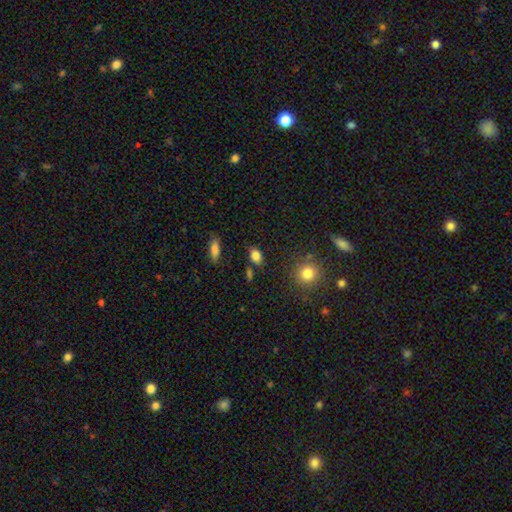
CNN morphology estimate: Smooth or featured? Predicted: smooth (p=0.82). How rounded? Predicted: in between (p=0.77). Merging? Predicted: none (p=0.78).